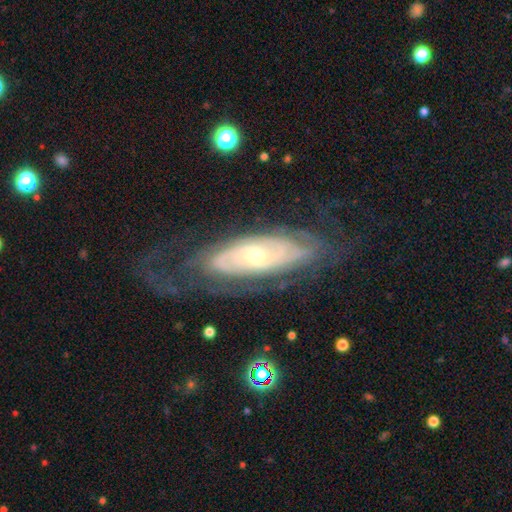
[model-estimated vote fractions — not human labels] Overall: featured or disk (83%). Edge-on disk: no (87%). Bar: no (71%). Spiral arms: yes (88%). Spiral arm count: can't tell (55%; 2 23%). Spiral winding: tight (70%). Bulge size: small (60%; moderate 35%). Merging: none (64%).